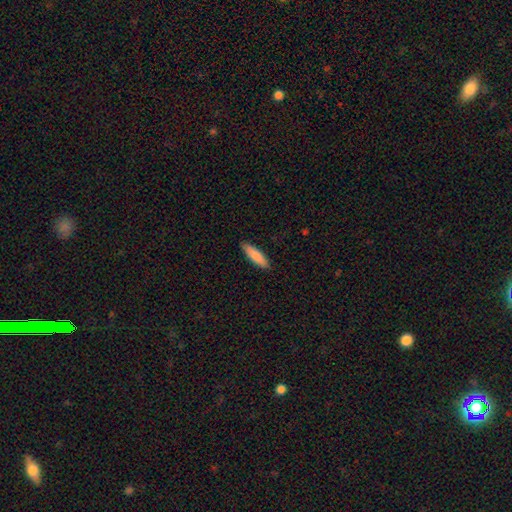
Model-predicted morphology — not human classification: smooth_or_featured: smooth (p=0.84) [alt: featured or disk p=0.10]
how_rounded: cigar-shaped (p=0.68) [alt: in between p=0.31]
merging: none (p=0.89) [alt: minor disturbance p=0.08]